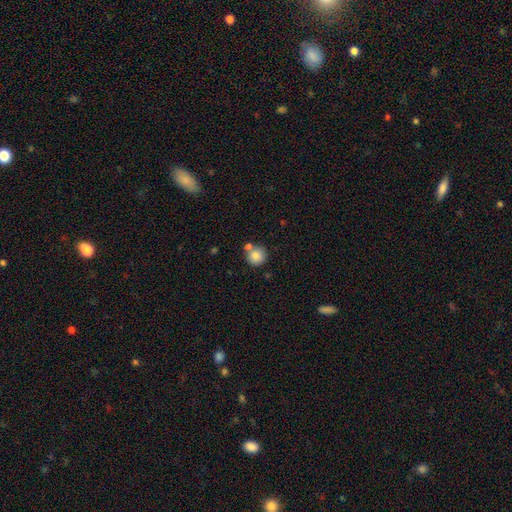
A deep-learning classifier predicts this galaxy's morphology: Smooth or featured? smooth (84%)
How rounded? round (91%)
Merging? none (58%)